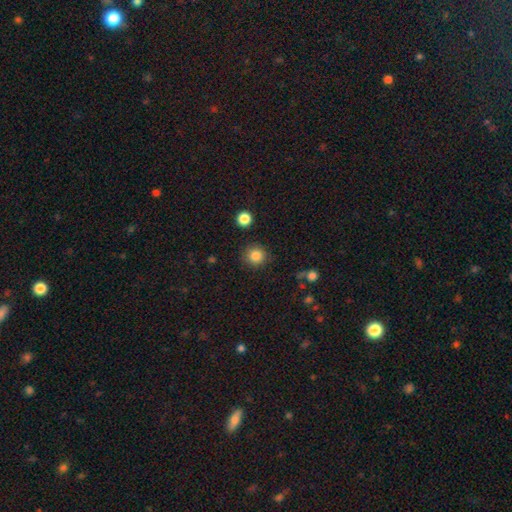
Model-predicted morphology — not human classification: This is clearly a smooth galaxy (85%). How rounded: clearly round (92%). Merging: clearly none (88%).